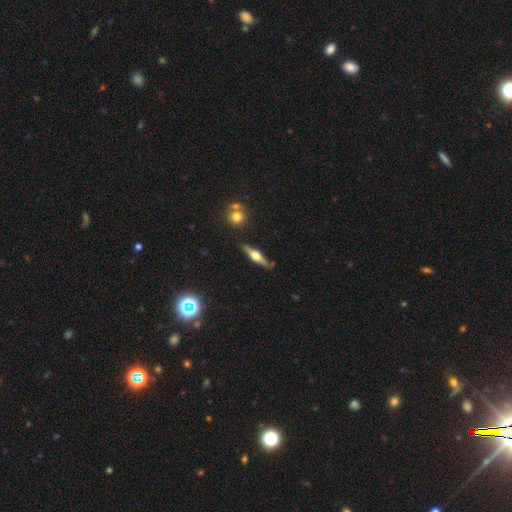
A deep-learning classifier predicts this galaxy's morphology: A featured or disk galaxy (71%) viewed edge-on (97%) with a rounded central bulge (93%). Merging: none (86%).